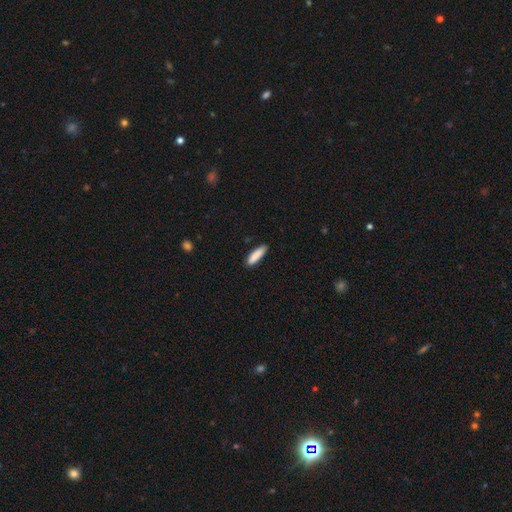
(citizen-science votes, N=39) Smooth or featured?
  - smooth: 82% *
  - featured or disk: 15%
  - star or artifact: 3%
How rounded?
  - cigar-shaped: 62% *
  - in between: 38%
  - round: 0%
Merging?
  - none: 58% *
  - minor disturbance: 34%
  - merger: 5%
  - major disturbance: 3%